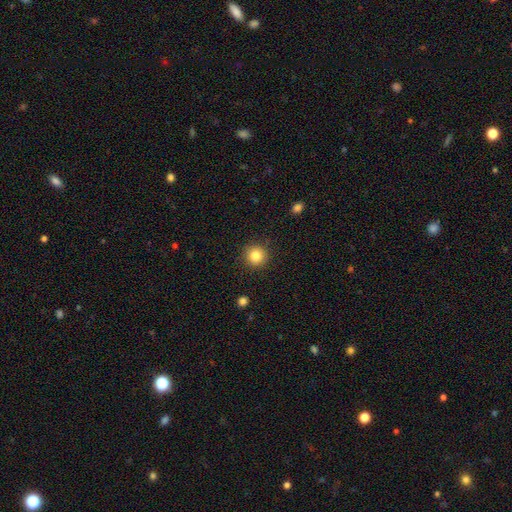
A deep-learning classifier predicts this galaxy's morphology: Smooth or featured?
  - smooth: 83% *
  - star or artifact: 11%
  - featured or disk: 6%
How rounded?
  - round: 94% *
  - in between: 5%
  - cigar-shaped: 1%
Merging?
  - none: 91% *
  - minor disturbance: 6%
  - major disturbance: 2%
  - merger: 1%